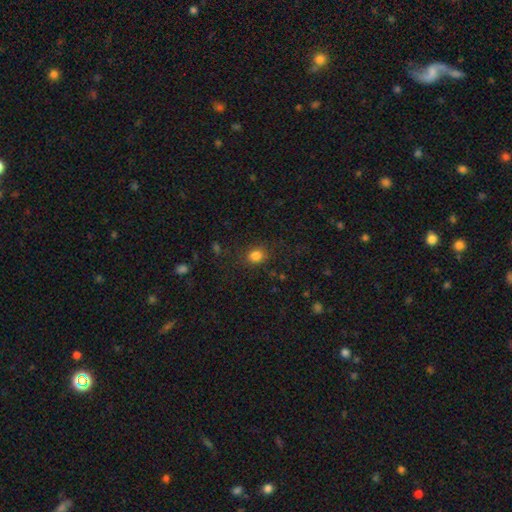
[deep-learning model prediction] This appears to be a smooth galaxy with no disk features (82%) that is round (68%). Merging: none (83%).